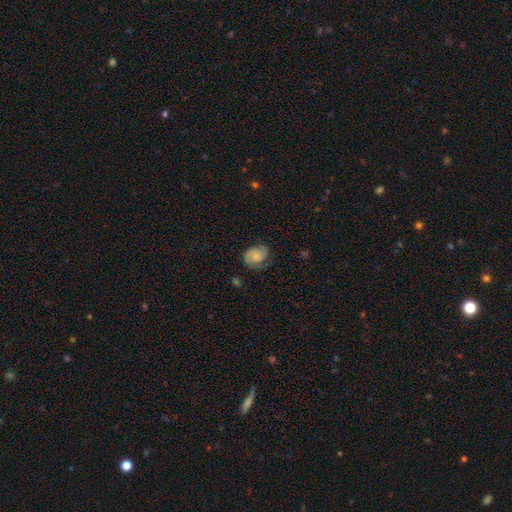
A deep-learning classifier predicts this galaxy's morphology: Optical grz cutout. It shows a smooth galaxy with no disk features (47%). Merging: none (63%).